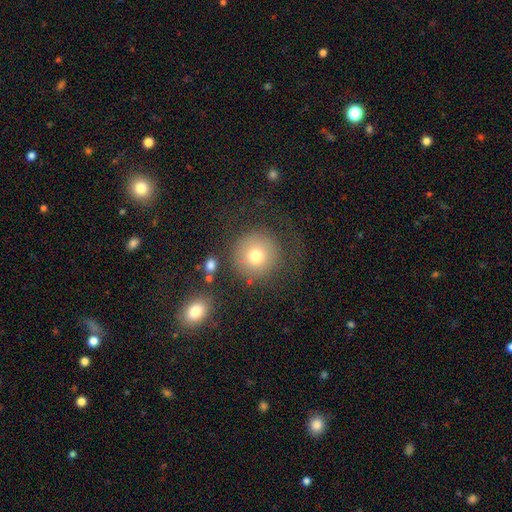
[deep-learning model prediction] A smooth galaxy with no disk features (73%) that is round (94%).

Vote fractions:
- Smooth or featured? smooth: 73% / featured or disk: 15% / star or artifact: 12%
- How rounded? round: 94% / in between: 5% / cigar-shaped: 1%
- Merging? none: 72% / minor disturbance: 13% / major disturbance: 12% / merger: 4%